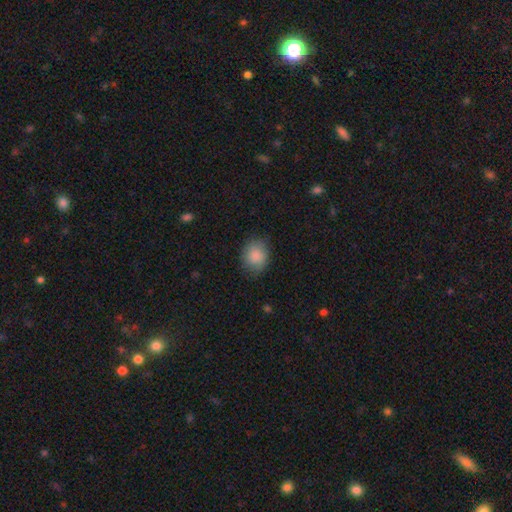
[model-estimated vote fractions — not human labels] Smooth or featured? Predicted: smooth (p=0.88). How rounded? Predicted: round (p=0.59). Merging? Predicted: none (p=0.79).